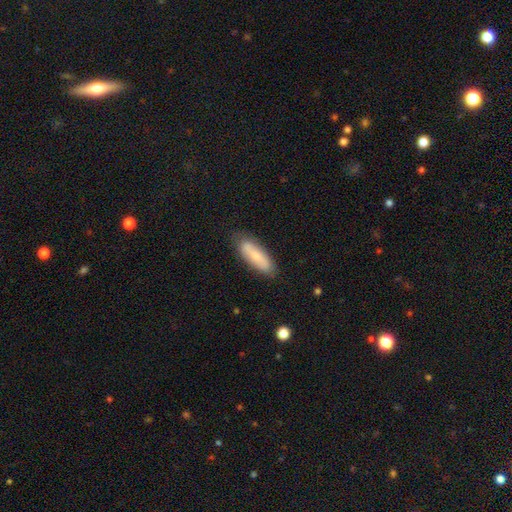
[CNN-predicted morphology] smooth-or-featured: smooth: 68% | featured or disk: 26% | star or artifact: 6%
  how-rounded: in between: 51% | cigar-shaped: 47% | round: 2%
  merging: none: 81% | minor disturbance: 15% | major disturbance: 3% | merger: 2%